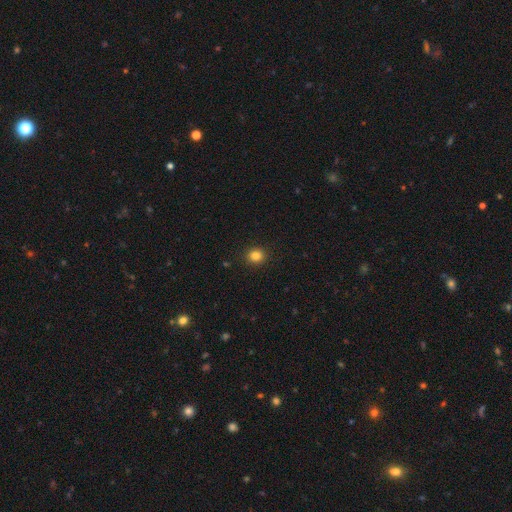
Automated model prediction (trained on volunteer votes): A smooth galaxy with no disk features (83%) that is round (82%).

Vote fractions:
- Smooth or featured? smooth: 83% / star or artifact: 12% / featured or disk: 5%
- How rounded? round: 82% / in between: 17% / cigar-shaped: 1%
- Merging? none: 91% / minor disturbance: 6% / major disturbance: 2% / merger: 1%